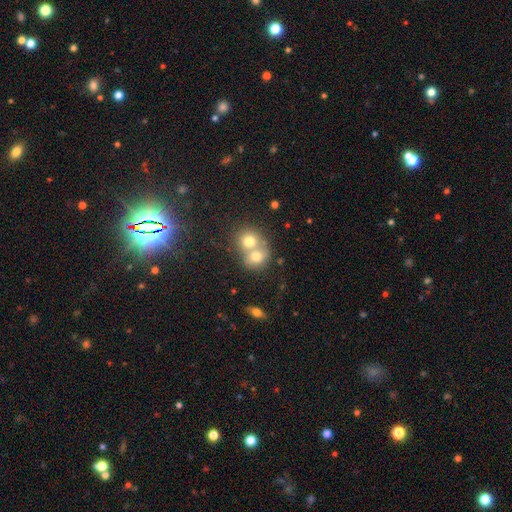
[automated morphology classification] The model was most divided on "smooth or featured": smooth: 54%, star or artifact: 24%, featured or disk: 22%. More confident: how rounded — round (72%); merging — merger (67%).